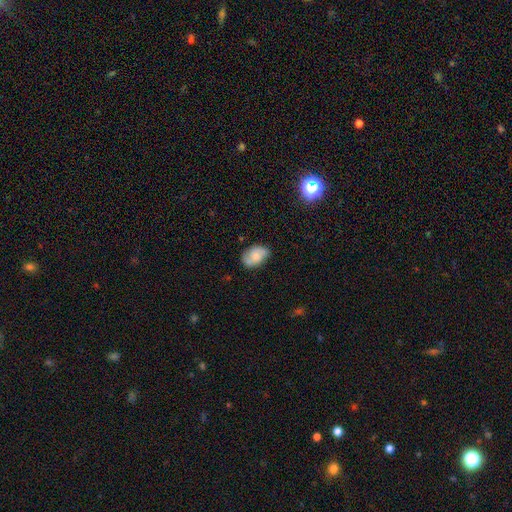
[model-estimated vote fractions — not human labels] This appears to be a featured or disk galaxy (52%). Merging: none (74%).